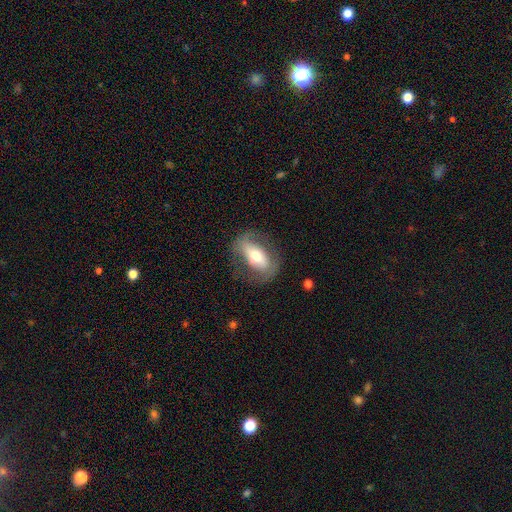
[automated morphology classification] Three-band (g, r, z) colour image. It shows a featured or disk galaxy (55%). Merging: none (72%).